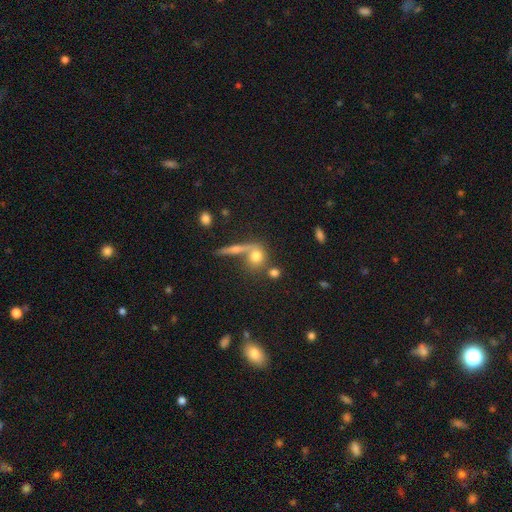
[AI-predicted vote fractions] This appears to be a smooth galaxy with no disk features (71%) that is round (73%). Merging: none (52%).